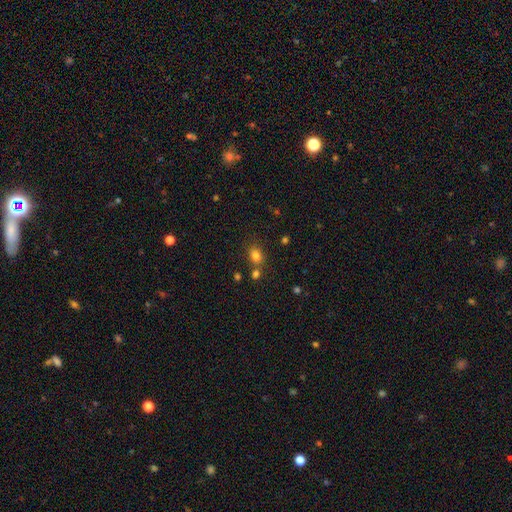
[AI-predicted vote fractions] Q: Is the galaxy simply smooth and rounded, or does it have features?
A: smooth — 80%.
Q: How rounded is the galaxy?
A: in between — 54%.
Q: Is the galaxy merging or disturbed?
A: none — 68%.